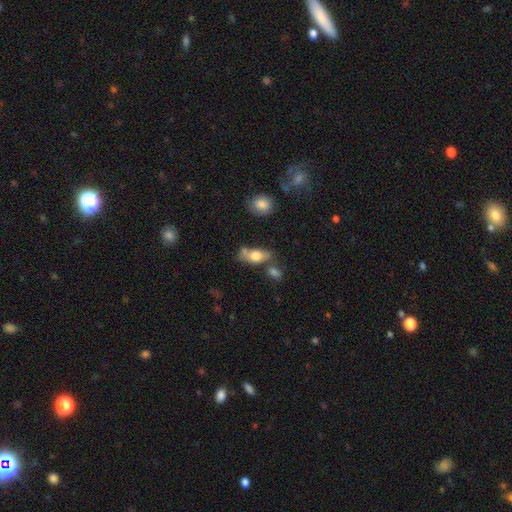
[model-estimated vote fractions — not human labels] This is likely a smooth galaxy (66%). How rounded: likely in between (76%). Merging: possibly none (53%).